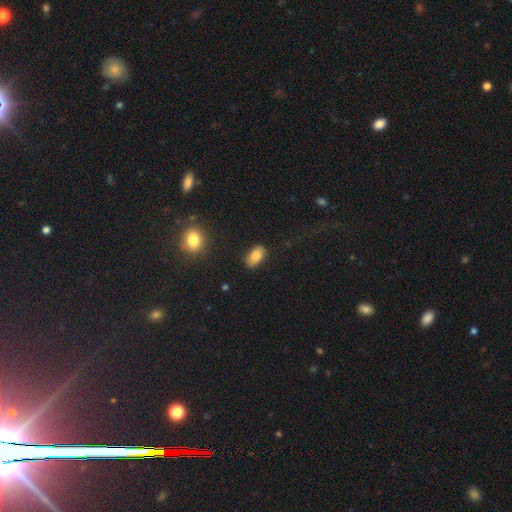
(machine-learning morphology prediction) A smooth galaxy with no disk features (84%) that is in between round and cigar-shaped (90%).

Vote fractions:
- Smooth or featured? smooth: 84% / star or artifact: 8% / featured or disk: 8%
- How rounded? in between: 90% / round: 8% / cigar-shaped: 2%
- Merging? none: 79% / minor disturbance: 16% / major disturbance: 3% / merger: 2%